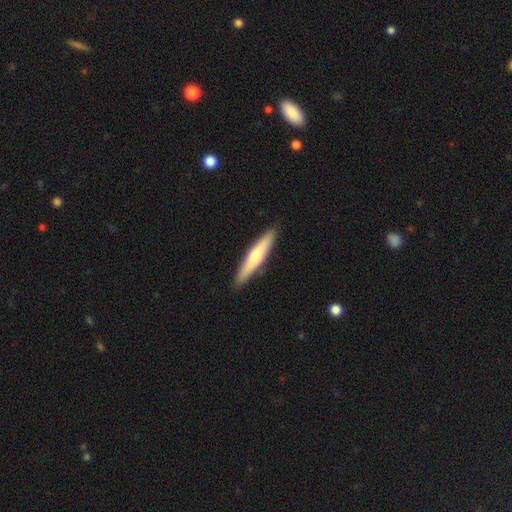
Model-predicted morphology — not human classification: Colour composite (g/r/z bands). It shows a smooth galaxy with no disk features (52%) that is cigar-shaped (90%). Merging: none (91%).